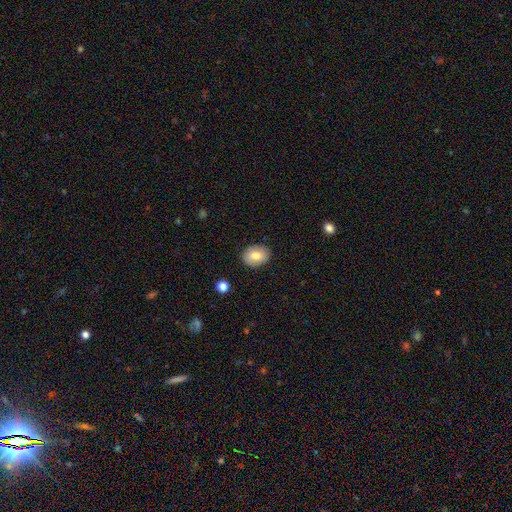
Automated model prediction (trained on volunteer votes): Morphology: type=smooth (77%); roundness=in between (65%); merging=none (88%).